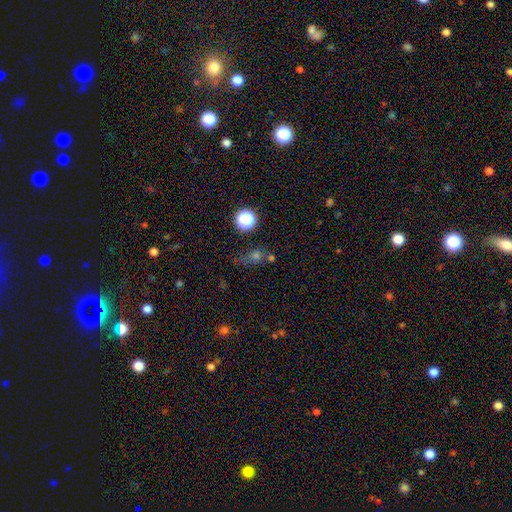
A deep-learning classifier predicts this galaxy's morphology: The model was most divided on "smooth or featured": smooth: 54%, star or artifact: 35%, featured or disk: 11%. More confident: how rounded — round (72%); merging — none (53%).